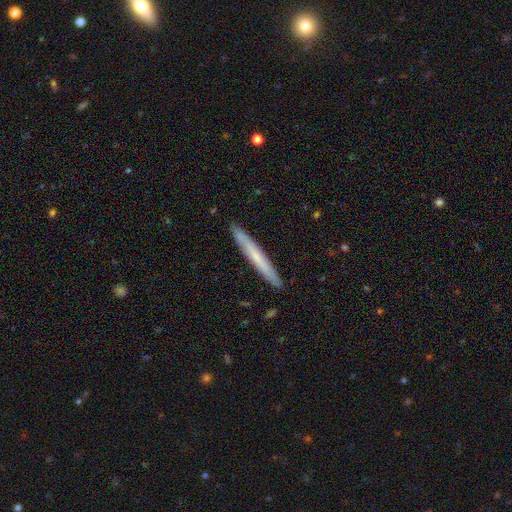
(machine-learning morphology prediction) Smooth or featured? Predicted: smooth (p=0.52). How rounded? Predicted: cigar-shaped (p=0.97). Merging? Predicted: none (p=0.91).